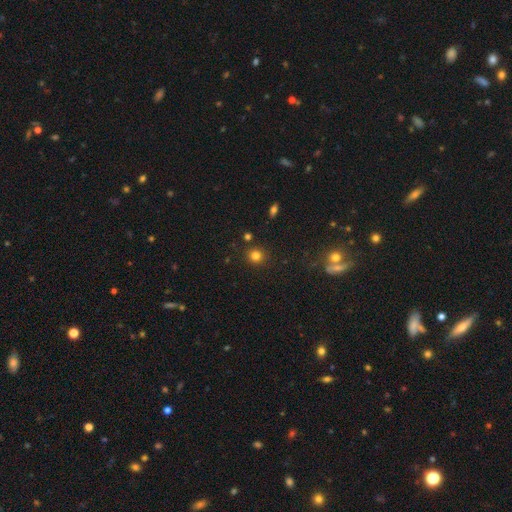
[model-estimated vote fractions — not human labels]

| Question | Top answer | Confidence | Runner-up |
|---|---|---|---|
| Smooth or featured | smooth | 80% | star or artifact (14%) |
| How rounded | round | 89% | in between (10%) |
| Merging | none | 87% | minor disturbance (7%) |